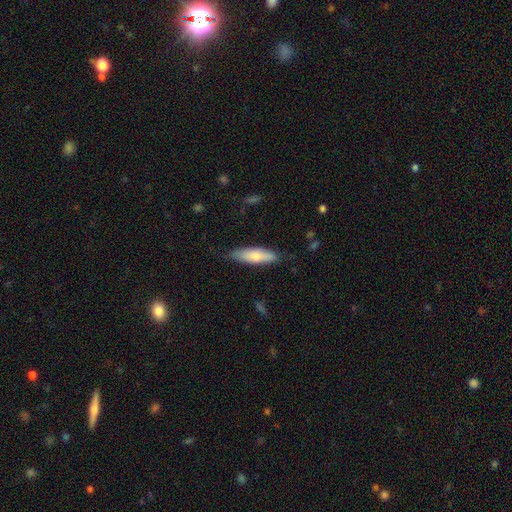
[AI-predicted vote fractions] The model was most divided on "how rounded": cigar-shaped: 55%, in between: 43%, round: 2%. More confident: merging — none (79%); smooth or featured — smooth (71%).